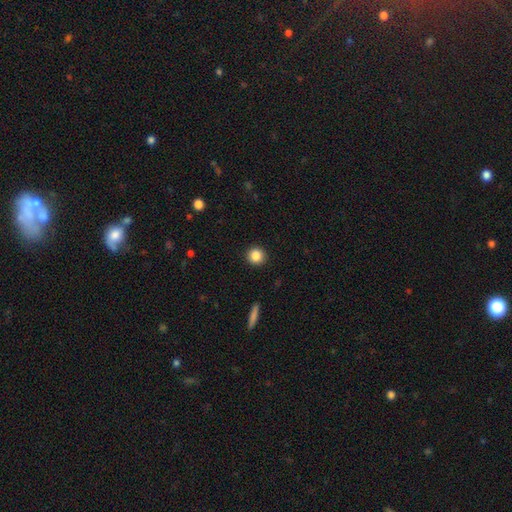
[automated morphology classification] This is clearly a smooth galaxy (85%). How rounded: clearly round (94%). Merging: clearly none (92%).